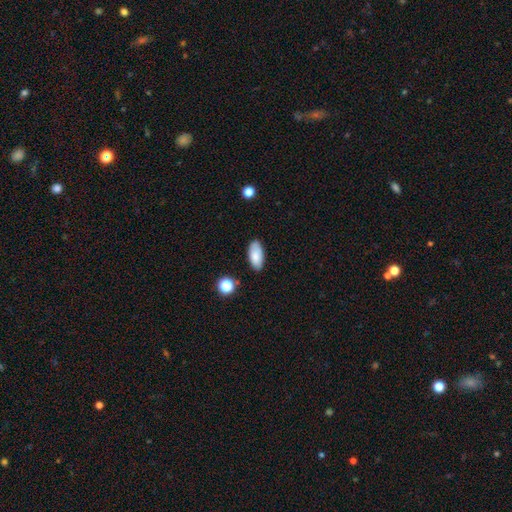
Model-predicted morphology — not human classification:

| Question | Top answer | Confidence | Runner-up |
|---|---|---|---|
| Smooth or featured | smooth | 82% | featured or disk (10%) |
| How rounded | in between | 91% | cigar-shaped (6%) |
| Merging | none | 80% | minor disturbance (15%) |